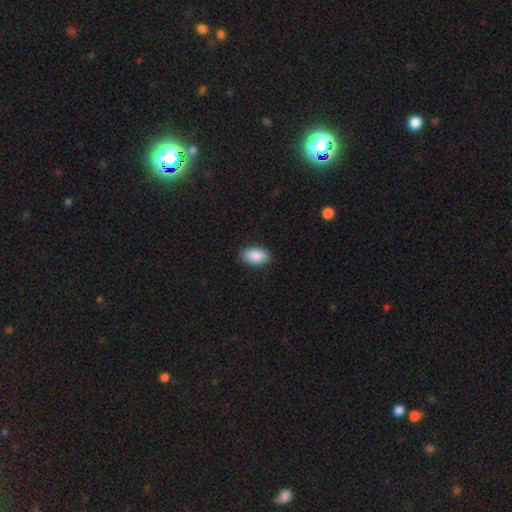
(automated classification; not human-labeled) Smooth or featured?
  - smooth: 90% *
  - star or artifact: 6%
  - featured or disk: 4%
How rounded?
  - in between: 93% *
  - round: 6%
  - cigar-shaped: 2%
Merging?
  - none: 88% *
  - minor disturbance: 9%
  - major disturbance: 2%
  - merger: 1%